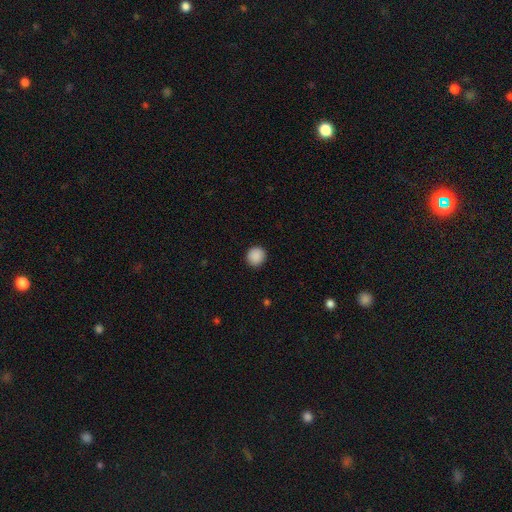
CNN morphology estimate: smooth 89%, star or artifact 9%, featured or disk 2%. Down the decision tree: how rounded — round (92%); merging — none (91%).